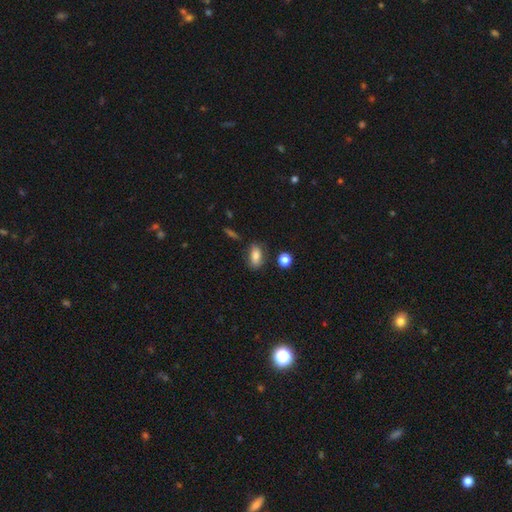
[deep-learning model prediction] smooth_or_featured: smooth (p=0.77) [alt: featured or disk p=0.14]
how_rounded: in between (p=0.83) [alt: round p=0.10]
merging: none (p=0.74) [alt: minor disturbance p=0.17]